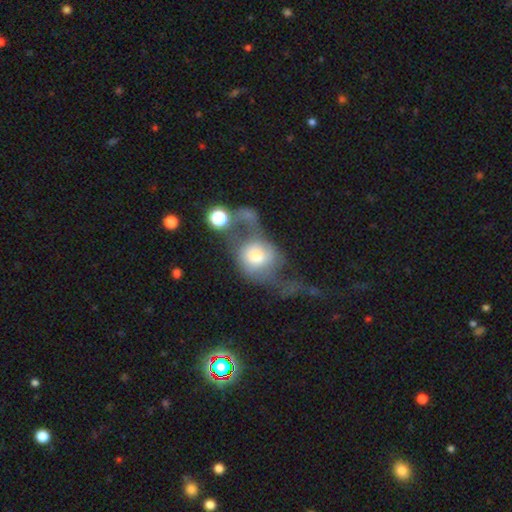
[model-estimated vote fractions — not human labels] A smooth galaxy with no disk features (53%) that is round (68%). Merging: major disturbance (50%).